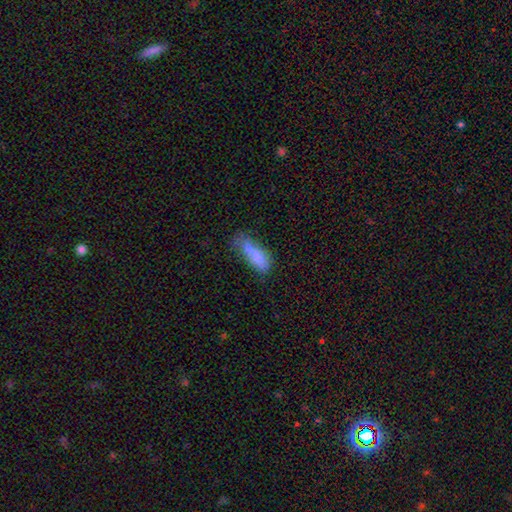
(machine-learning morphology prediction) A smooth galaxy with no disk features (76%) that is in between round and cigar-shaped (62%). Merging: none (34%).